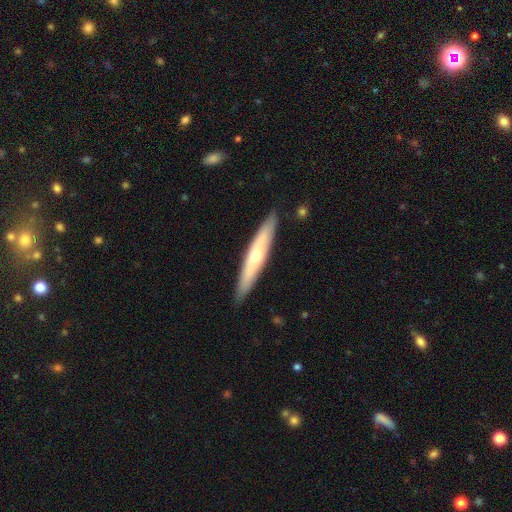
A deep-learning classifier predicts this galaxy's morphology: This appears to be a featured or disk galaxy (55%) viewed edge-on (86%). Merging: none (89%).